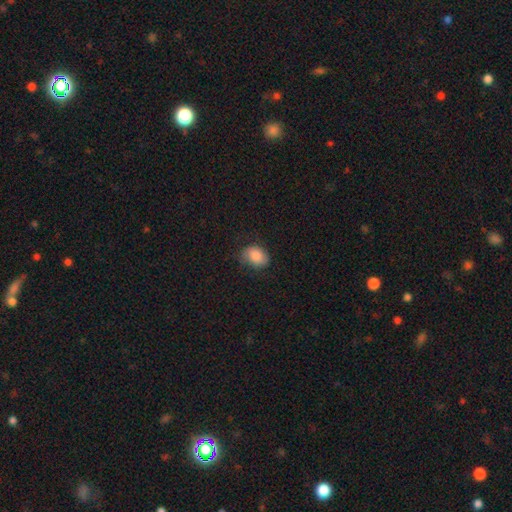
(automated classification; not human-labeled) Smooth or featured: smooth — 84% (featured or disk — 8%)
How rounded: in between — 65% (round — 34%)
Merging: none — 63% (minor disturbance — 27%)